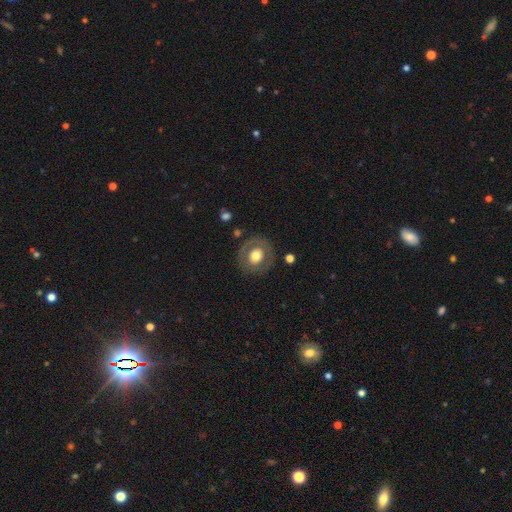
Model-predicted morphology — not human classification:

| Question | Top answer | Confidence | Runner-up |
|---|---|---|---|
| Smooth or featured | smooth | 54% | featured or disk (39%) |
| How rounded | round | 80% | in between (19%) |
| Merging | none | 81% | minor disturbance (11%) |